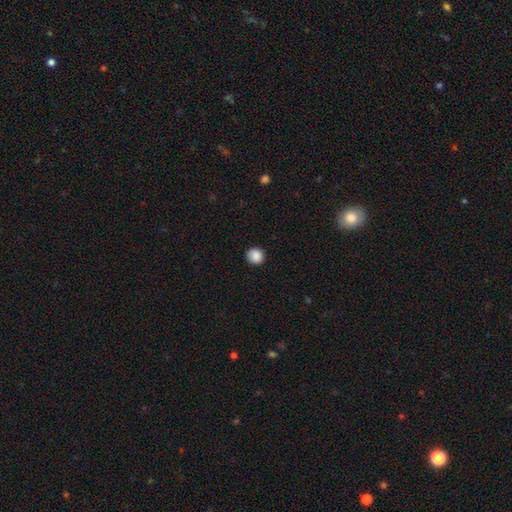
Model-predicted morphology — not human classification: type=smooth (88%); roundness=round (91%); merging=none (89%).